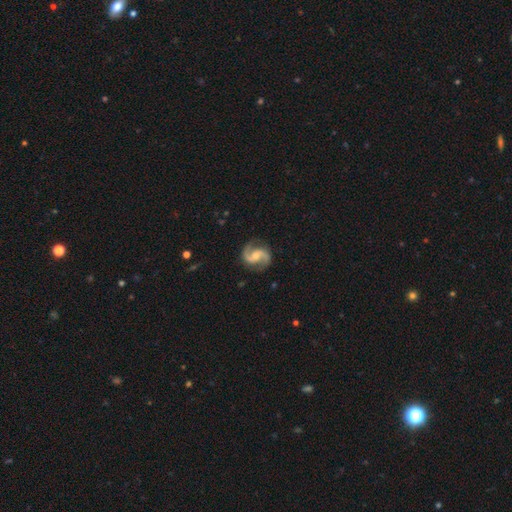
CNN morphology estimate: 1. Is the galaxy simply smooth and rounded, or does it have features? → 91% featured or disk, 4% smooth, 4% star or artifact.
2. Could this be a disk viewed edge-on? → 98% no, 2% yes.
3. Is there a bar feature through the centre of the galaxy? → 44% no, 41% weak, 15% strong.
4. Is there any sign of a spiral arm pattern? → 98% yes, 2% no.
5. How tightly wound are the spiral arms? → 58% medium, 28% loose, 15% tight.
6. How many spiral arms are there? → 94% 2, 1% can't tell, 1% 1, 1% 3, 1% 4, 1% more than 4.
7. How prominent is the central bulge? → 48% moderate, 44% small, 5% none, 3% large, 1% dominant.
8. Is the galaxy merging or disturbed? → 84% none, 11% minor disturbance, 4% major disturbance, 1% merger.